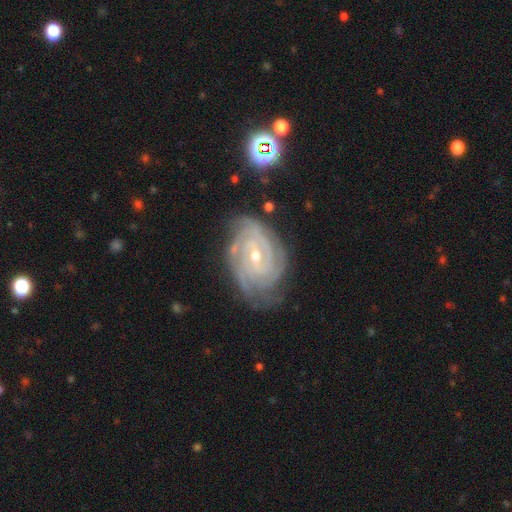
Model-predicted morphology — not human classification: smooth_or_featured: featured or disk (p=0.90) [alt: star or artifact p=0.05]
disk_edge_on: no (p=0.97) [alt: yes p=0.03]
bar: weak (p=0.43) [alt: no p=0.41]
has_spiral_arms: yes (p=0.98) [alt: no p=0.02]
spiral_winding: tight (p=0.82) [alt: medium p=0.16]
spiral_arm_count: 4 (p=0.25) [tied with: 3 p=0.25]
bulge_size: small (p=0.58) [alt: moderate p=0.40]
merging: none (p=0.73) [alt: minor disturbance p=0.20]